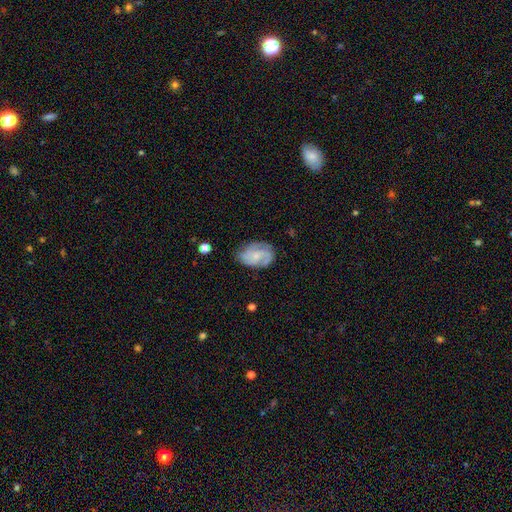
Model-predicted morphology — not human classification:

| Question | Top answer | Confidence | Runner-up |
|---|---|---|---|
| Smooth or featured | featured or disk | 71% | smooth (22%) |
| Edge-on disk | no | 98% | yes (2%) |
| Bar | no | 66% | weak (29%) |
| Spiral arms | yes | 93% | no (7%) |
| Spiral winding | medium | 43% | tight (42%) |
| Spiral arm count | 2 | 39% | 3 (31%) |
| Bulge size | small | 57% | moderate (23%) |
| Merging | none | 66% | minor disturbance (23%) |